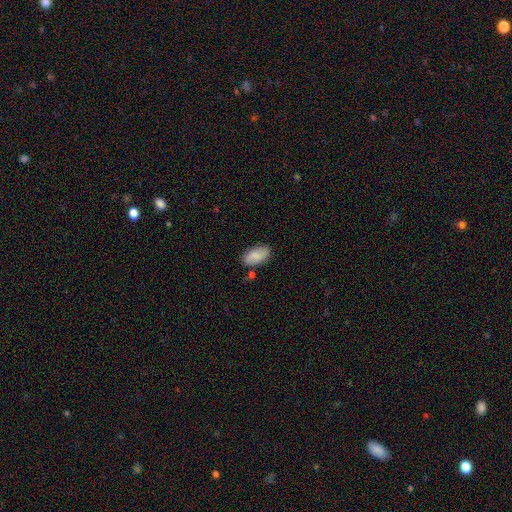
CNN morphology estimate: Smooth or featured? Predicted: smooth (p=0.79). How rounded? Predicted: in between (p=0.93). Merging? Predicted: none (p=0.76).